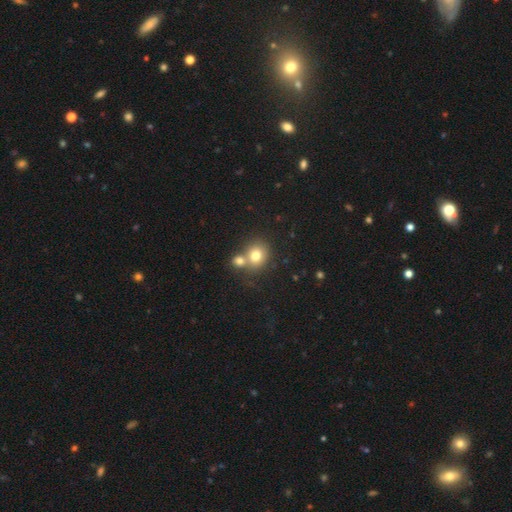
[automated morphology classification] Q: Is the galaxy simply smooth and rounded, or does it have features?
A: smooth — 75%.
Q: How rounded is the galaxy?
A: round — 77%.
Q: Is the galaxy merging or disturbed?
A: none — 47%.